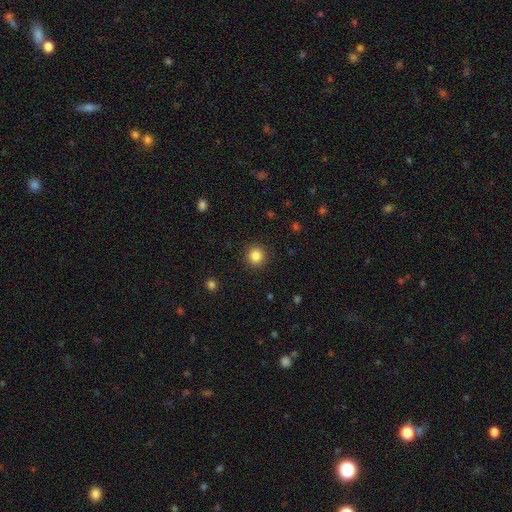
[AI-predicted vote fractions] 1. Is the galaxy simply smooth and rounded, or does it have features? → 85% smooth, 11% star or artifact, 4% featured or disk.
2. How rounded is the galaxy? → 94% round, 5% in between, 1% cigar-shaped.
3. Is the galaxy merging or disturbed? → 91% none, 6% minor disturbance, 2% major disturbance, 1% merger.